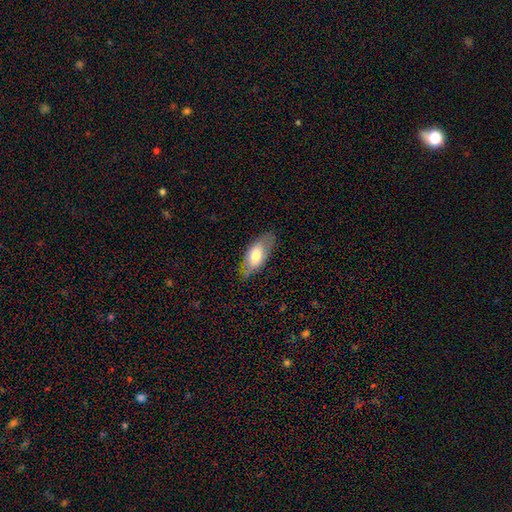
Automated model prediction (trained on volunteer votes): smooth 67%, featured or disk 27%, star or artifact 6%. Down the decision tree: how rounded — in between (87%); merging — none (69%).